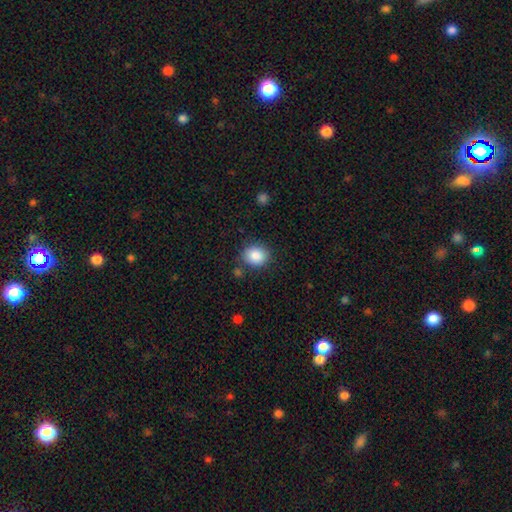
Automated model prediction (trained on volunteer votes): Q: Smooth or featured?
A: smooth (86%); runner-up: star or artifact (9%)
Q: How rounded?
A: round (68%); runner-up: in between (31%)
Q: Merging?
A: none (81%); runner-up: minor disturbance (11%)